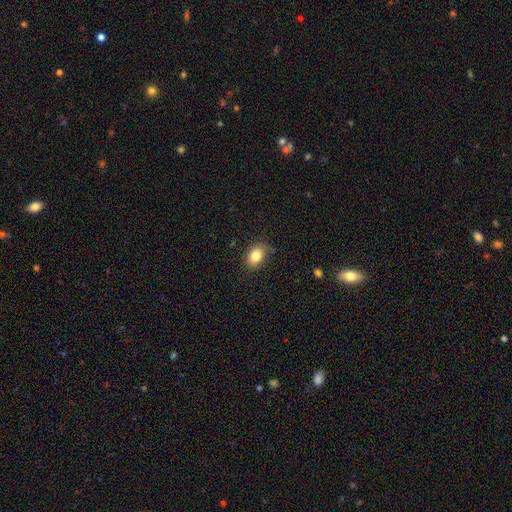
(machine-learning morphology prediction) Smooth or featured: smooth — 83% (star or artifact — 9%)
How rounded: in between — 75% (round — 24%)
Merging: none — 81% (minor disturbance — 15%)